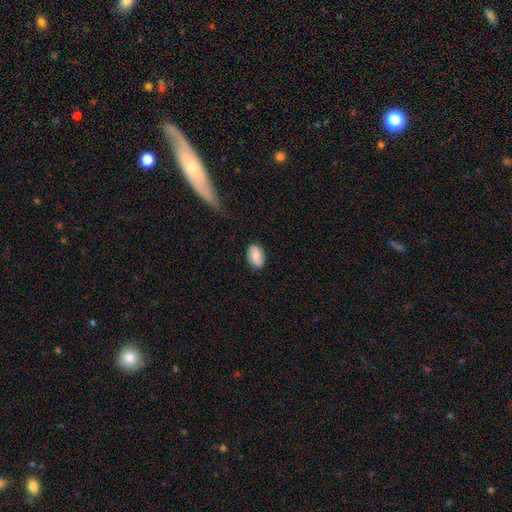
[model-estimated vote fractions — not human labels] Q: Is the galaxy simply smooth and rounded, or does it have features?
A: smooth — 52%.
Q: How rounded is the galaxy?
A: in between — 87%.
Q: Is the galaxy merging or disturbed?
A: none — 83%.